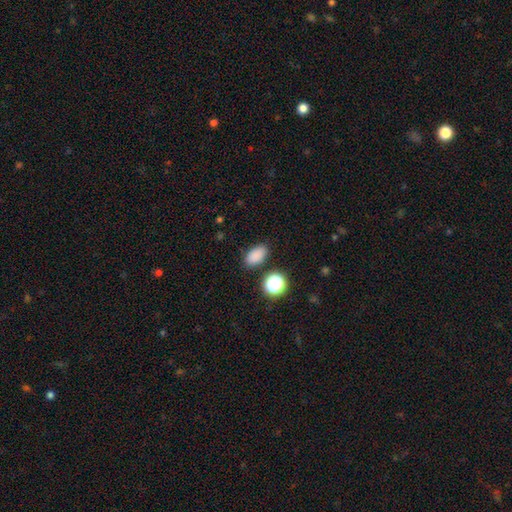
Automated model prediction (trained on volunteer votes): Smooth or featured? smooth (84%)
How rounded? in between (88%)
Merging? none (85%)